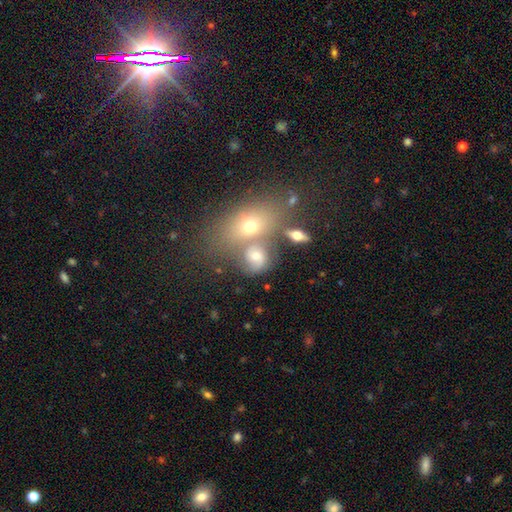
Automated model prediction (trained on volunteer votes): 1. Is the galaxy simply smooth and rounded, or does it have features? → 53% smooth, 32% featured or disk, 15% star or artifact.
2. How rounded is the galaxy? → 49% round (tied), 49% in between (tied), 2% cigar-shaped.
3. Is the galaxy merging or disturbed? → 41% none, 38% merger, 13% minor disturbance, 8% major disturbance.